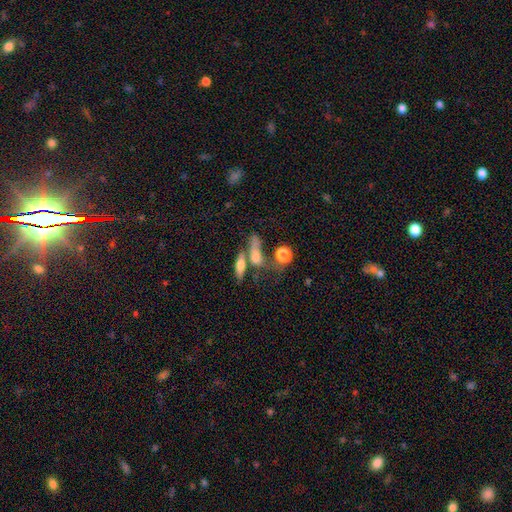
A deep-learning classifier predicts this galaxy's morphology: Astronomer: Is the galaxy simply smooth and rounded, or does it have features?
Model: smooth — 66%.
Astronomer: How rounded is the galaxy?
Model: in between — 44% (runner-up: cigar-shaped, 39%).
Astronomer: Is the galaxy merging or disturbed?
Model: merger — 37%, tied with none at 37%.